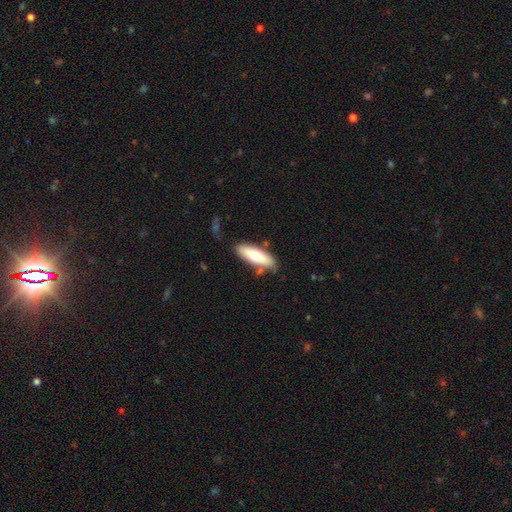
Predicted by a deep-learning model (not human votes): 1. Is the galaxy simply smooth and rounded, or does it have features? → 70% smooth, 25% featured or disk, 6% star or artifact.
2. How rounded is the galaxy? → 52% in between, 47% cigar-shaped, 2% round.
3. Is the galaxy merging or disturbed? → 77% none, 15% minor disturbance, 5% merger, 3% major disturbance.